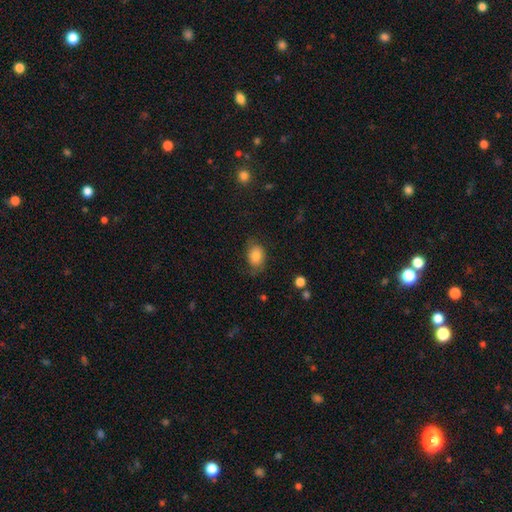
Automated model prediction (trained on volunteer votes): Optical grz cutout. It shows a smooth galaxy with no disk features (77%) that is in between round and cigar-shaped (75%). Merging: none (66%).